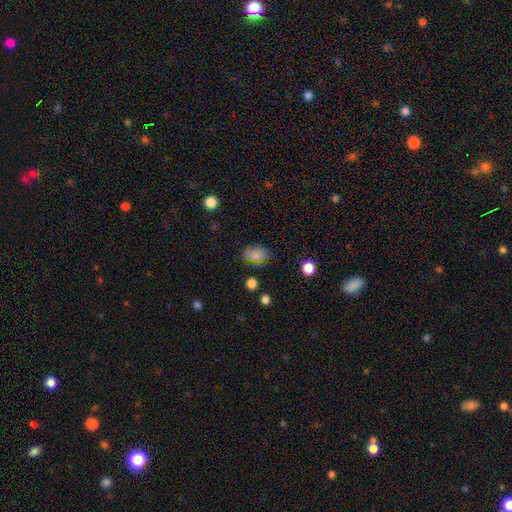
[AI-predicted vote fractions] This appears to be a smooth galaxy with no disk features (77%) that is in between round and cigar-shaped (81%). Merging: none (73%).